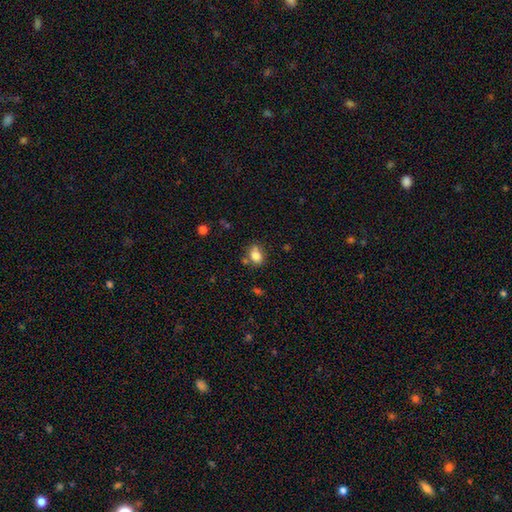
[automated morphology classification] smooth 82%, star or artifact 10%, featured or disk 8%. Down the decision tree: how rounded — in between (60%); merging — none (63%).